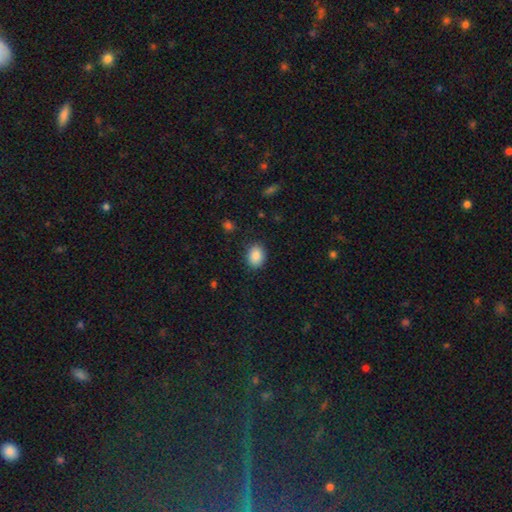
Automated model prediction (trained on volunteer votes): The model was most divided on "how rounded": in between: 60%, round: 39%, cigar-shaped: 1%. More confident: smooth or featured — smooth (88%); merging — none (85%).